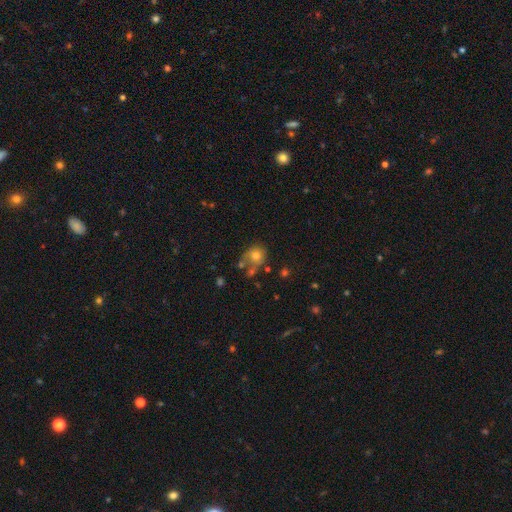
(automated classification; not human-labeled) This is likely a smooth galaxy (74%). How rounded: likely round (74%). Merging: possibly none (48%).